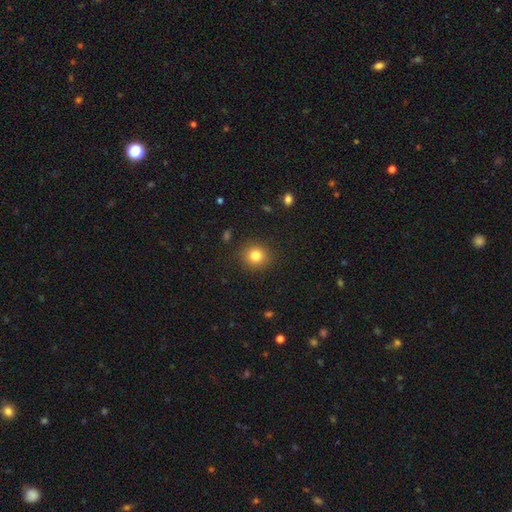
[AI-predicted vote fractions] A smooth galaxy with no disk features (81%) that is round (89%). Merging: none (90%).